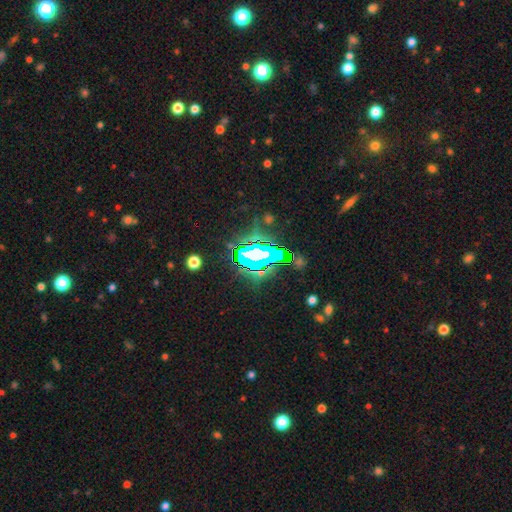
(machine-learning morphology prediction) Q: Smooth or featured?
A: star or artifact (70%); runner-up: featured or disk (15%)